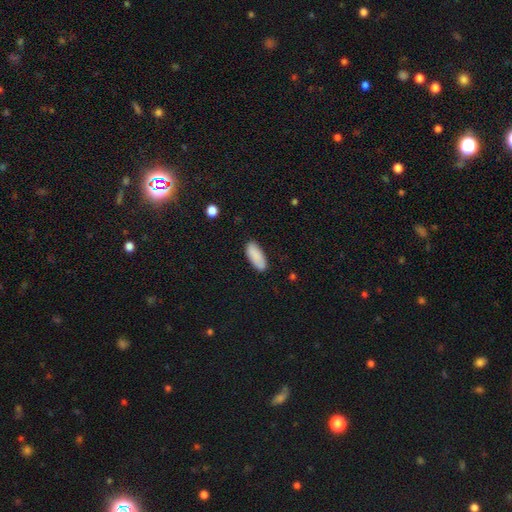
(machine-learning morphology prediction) A smooth galaxy with no disk features (89%) that is in between round and cigar-shaped (82%). Merging: none (85%).